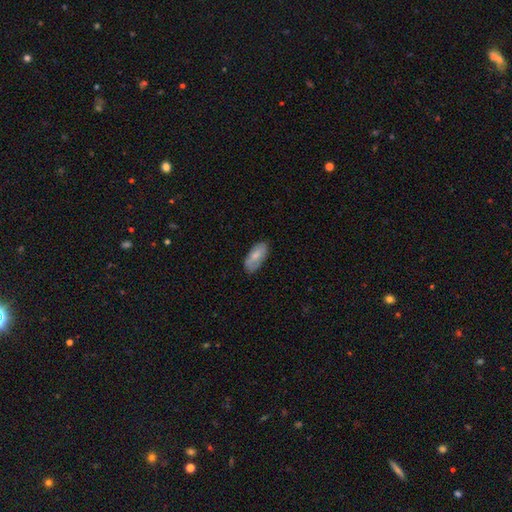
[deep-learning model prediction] Smooth or featured? smooth (74%)
How rounded? in between (90%)
Merging? none (75%)